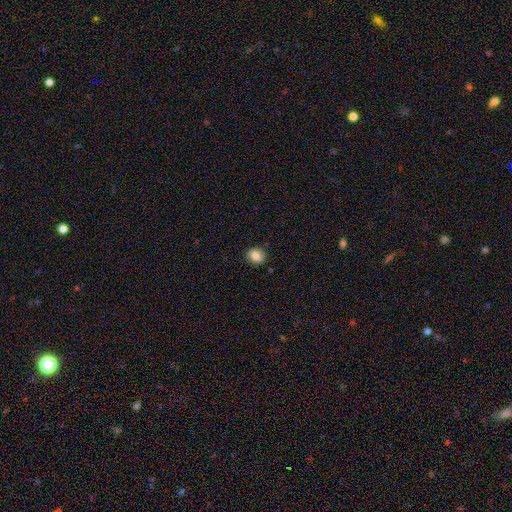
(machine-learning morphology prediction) Smooth or featured? smooth (80%)
How rounded? round (70%)
Merging? none (86%)